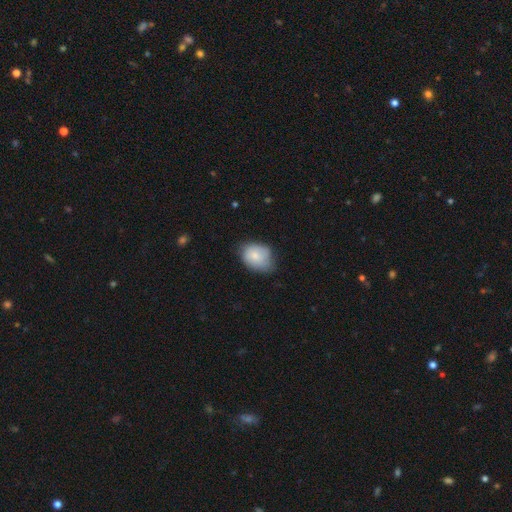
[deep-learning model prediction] A smooth galaxy with no disk features (79%) that is in between round and cigar-shaped (64%).

Vote fractions:
- Smooth or featured? smooth: 79% / featured or disk: 14% / star or artifact: 7%
- How rounded? in between: 64% / round: 35% / cigar-shaped: 1%
- Merging? none: 55% / minor disturbance: 36% / major disturbance: 7% / merger: 1%